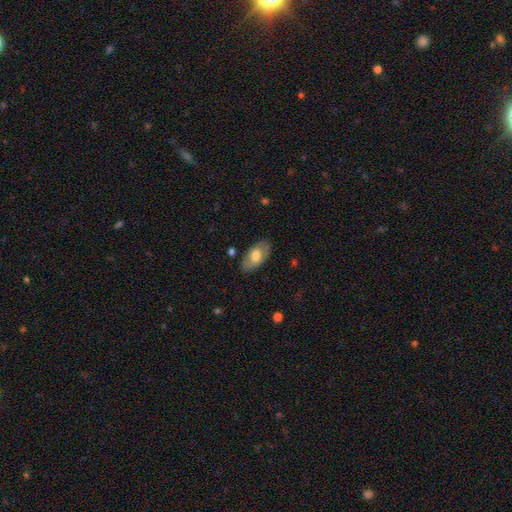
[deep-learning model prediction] Morphology: type=smooth (65%); roundness=in between (94%); merging=none (81%).